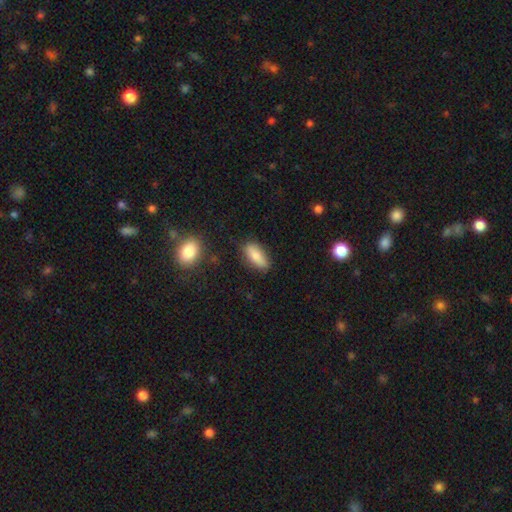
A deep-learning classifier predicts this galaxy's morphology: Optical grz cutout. It shows a smooth galaxy with no disk features (80%) that is in between round and cigar-shaped (76%). Merging: none (80%).